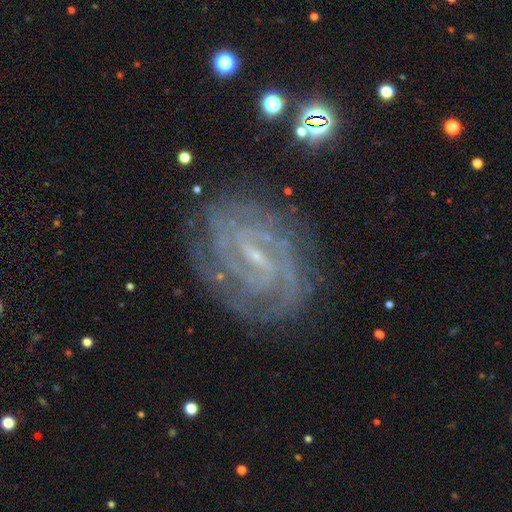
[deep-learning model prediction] Smooth or featured? Predicted: featured or disk (p=0.88). Edge-on disk? Predicted: no (p=0.97). Bar? Predicted: weak (p=0.46). Spiral arms? Predicted: yes (p=0.97). Spiral winding? Predicted: tight (p=0.71). Spiral arm count? Predicted: 2 (p=0.35). Bulge size? Predicted: small (p=0.76). Merging? Predicted: none (p=0.80).